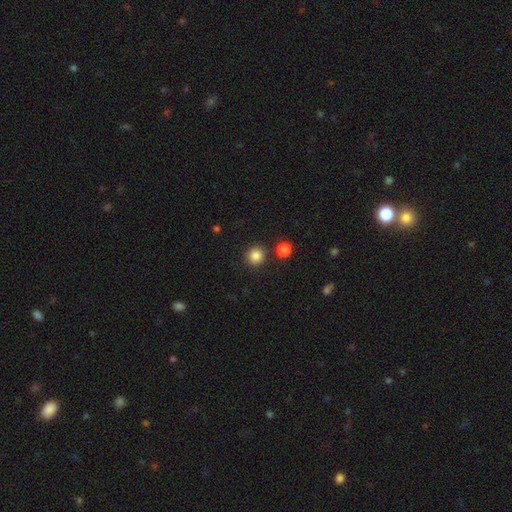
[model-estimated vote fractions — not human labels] smooth 85%, star or artifact 11%, featured or disk 4%. Down the decision tree: how rounded — round (94%); merging — none (88%).